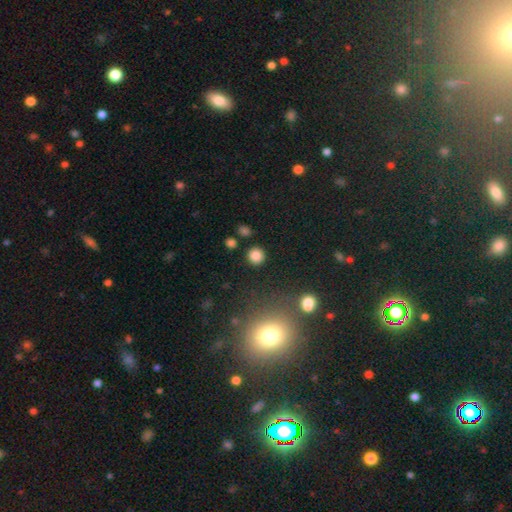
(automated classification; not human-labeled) The model was most divided on "smooth or featured": smooth: 83%, star or artifact: 13%, featured or disk: 4%. More confident: how rounded — round (92%); merging — none (88%).